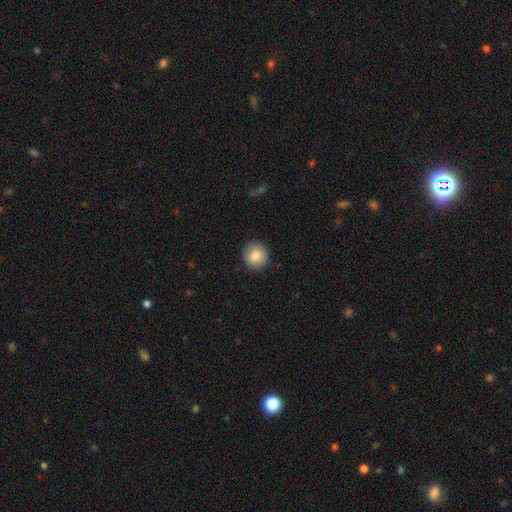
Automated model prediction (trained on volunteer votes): Morphology: type=smooth (85%); roundness=round (90%); merging=none (90%).